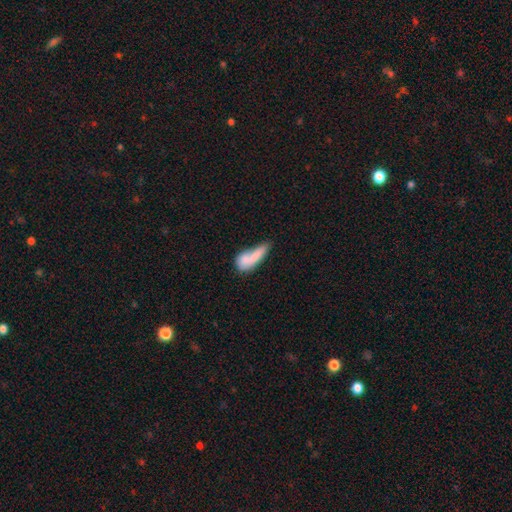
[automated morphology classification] smooth 73%, featured or disk 19%, star or artifact 8%. Down the decision tree: how rounded — in between (53%); merging — merger (36%).